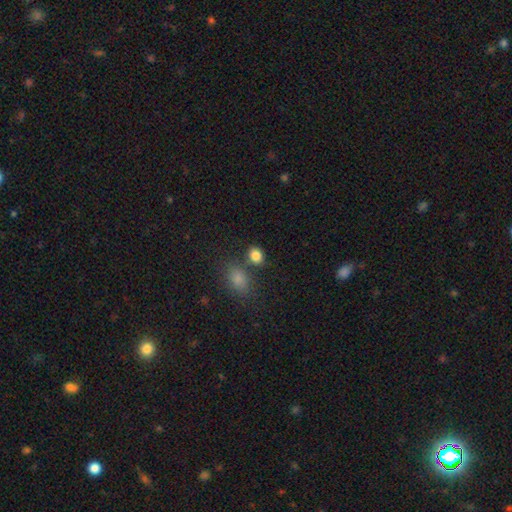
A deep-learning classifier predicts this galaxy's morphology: smooth_or_featured: smooth (p=0.84) [alt: star or artifact p=0.11]
how_rounded: in between (p=0.55) [alt: round p=0.43]
merging: none (p=0.68) [alt: merger p=0.15]